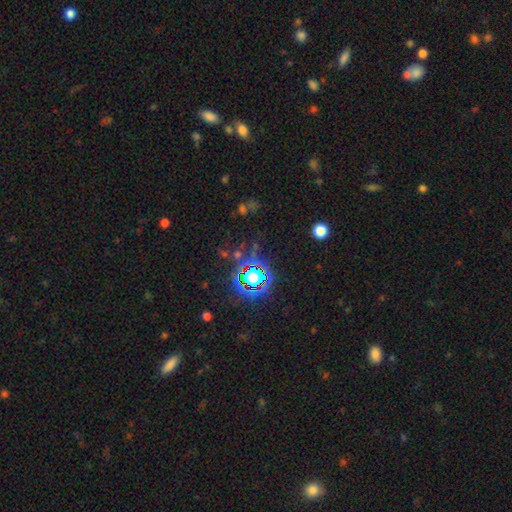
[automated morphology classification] Smooth or featured? star or artifact (75%)